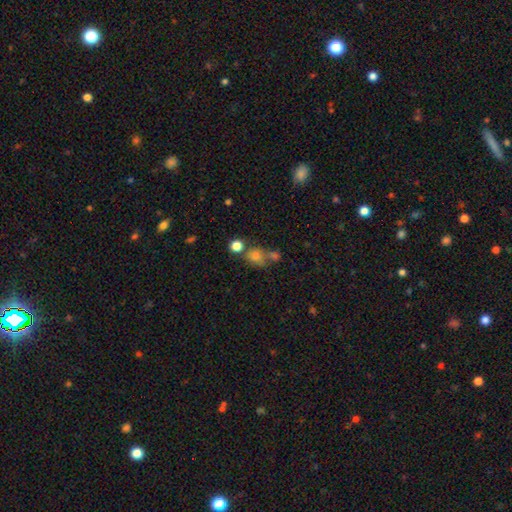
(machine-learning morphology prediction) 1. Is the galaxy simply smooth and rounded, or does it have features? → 68% smooth, 20% star or artifact, 12% featured or disk.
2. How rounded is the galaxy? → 66% round, 32% in between, 2% cigar-shaped.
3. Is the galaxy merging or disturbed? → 52% none, 29% merger, 12% minor disturbance, 6% major disturbance.